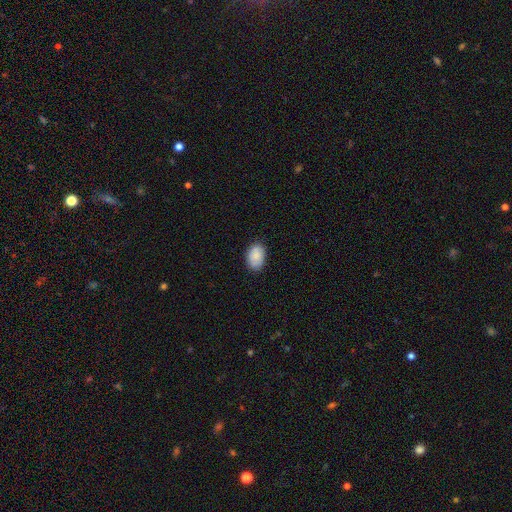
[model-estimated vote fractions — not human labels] Q: Smooth or featured?
A: smooth (87%); runner-up: star or artifact (7%)
Q: How rounded?
A: in between (88%); runner-up: round (11%)
Q: Merging?
A: none (82%); runner-up: minor disturbance (14%)